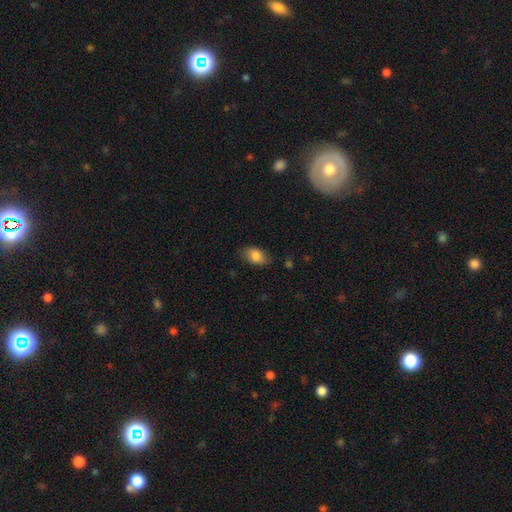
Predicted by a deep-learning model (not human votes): A smooth galaxy with no disk features (84%) that is in between round and cigar-shaped (89%). Merging: none (76%).